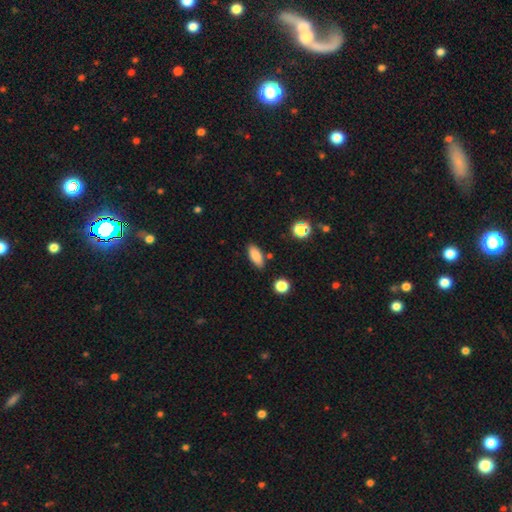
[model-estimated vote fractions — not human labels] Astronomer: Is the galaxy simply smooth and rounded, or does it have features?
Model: smooth — 84%.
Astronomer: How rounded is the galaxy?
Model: in between — 81%.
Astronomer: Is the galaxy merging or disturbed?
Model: none — 82%.